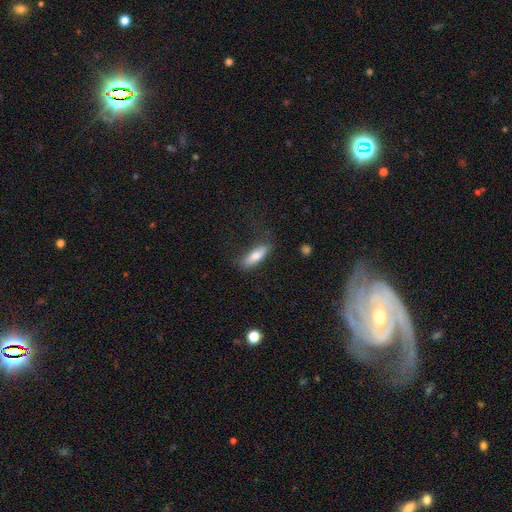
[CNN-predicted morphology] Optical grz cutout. It shows a smooth galaxy with no disk features (75%) that is cigar-shaped (51%). Merging: none (72%).